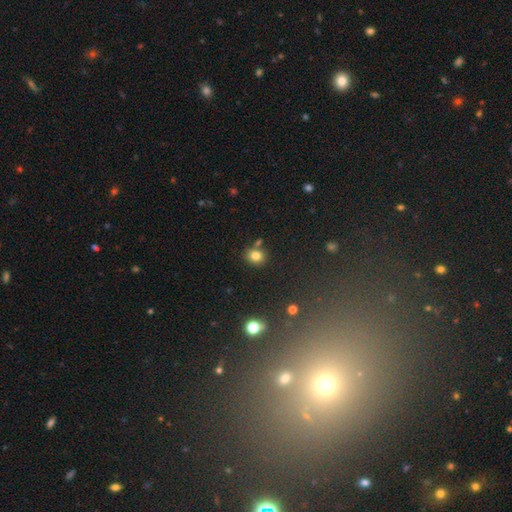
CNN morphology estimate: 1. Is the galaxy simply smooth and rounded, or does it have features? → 80% smooth, 13% star or artifact, 7% featured or disk.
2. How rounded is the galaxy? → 72% round, 27% in between, 1% cigar-shaped.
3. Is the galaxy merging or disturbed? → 75% none, 11% merger, 11% minor disturbance, 3% major disturbance.